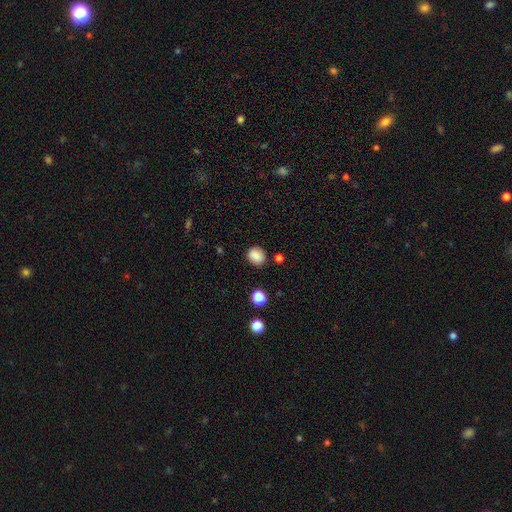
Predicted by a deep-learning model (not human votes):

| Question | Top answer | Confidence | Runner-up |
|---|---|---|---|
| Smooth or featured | smooth | 86% | star or artifact (10%) |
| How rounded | round | 69% | in between (30%) |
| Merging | none | 83% | minor disturbance (11%) |